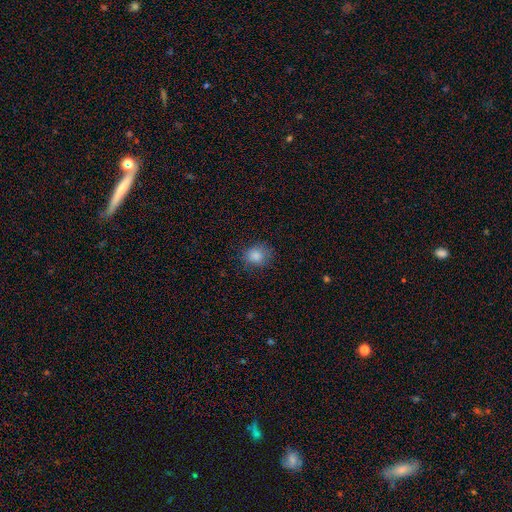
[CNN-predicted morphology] smooth_or_featured: smooth (p=0.84) [alt: star or artifact p=0.11]
how_rounded: round (p=0.69) [alt: in between p=0.30]
merging: none (p=0.76) [alt: minor disturbance p=0.18]